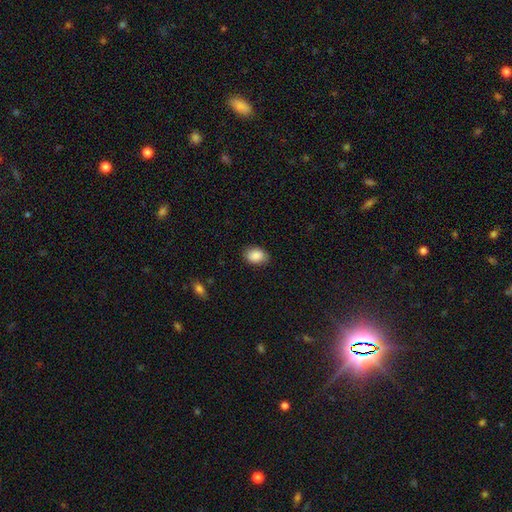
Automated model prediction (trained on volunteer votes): A smooth galaxy with no disk features (88%) that is in between round and cigar-shaped (78%). Merging: none (82%).